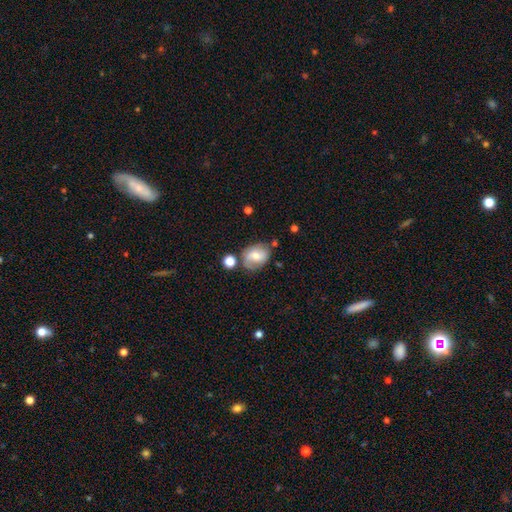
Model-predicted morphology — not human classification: type=smooth (51%); roundness=in between (52%); merging=none (58%).